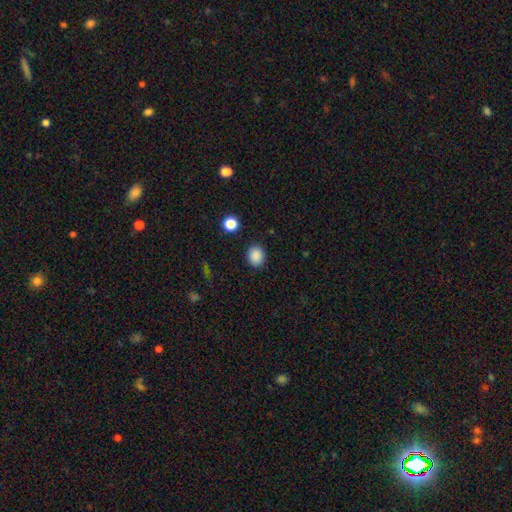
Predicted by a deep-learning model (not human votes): Smooth or featured: smooth — 87% (star or artifact — 10%)
How rounded: round — 67% (in between — 32%)
Merging: none — 88% (minor disturbance — 8%)